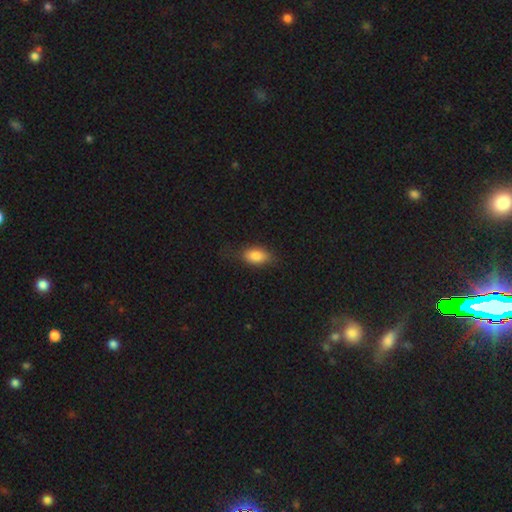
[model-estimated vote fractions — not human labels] Smooth or featured?
  - smooth: 84% *
  - featured or disk: 9%
  - star or artifact: 8%
How rounded?
  - in between: 89% *
  - round: 6%
  - cigar-shaped: 5%
Merging?
  - none: 72% *
  - minor disturbance: 21%
  - major disturbance: 6%
  - merger: 1%